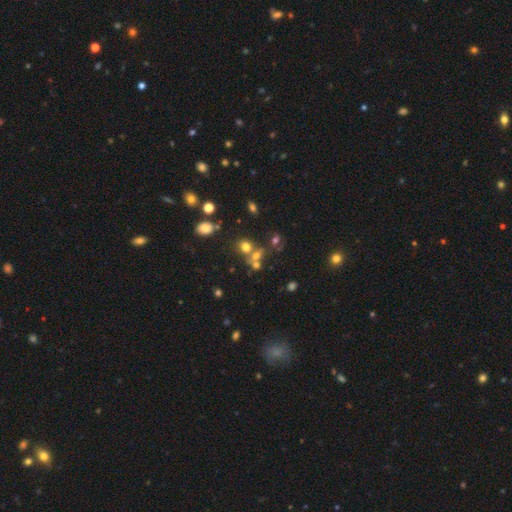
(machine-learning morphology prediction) Smooth or featured? smooth (59%)
How rounded? round (75%)
Merging? none (44%)